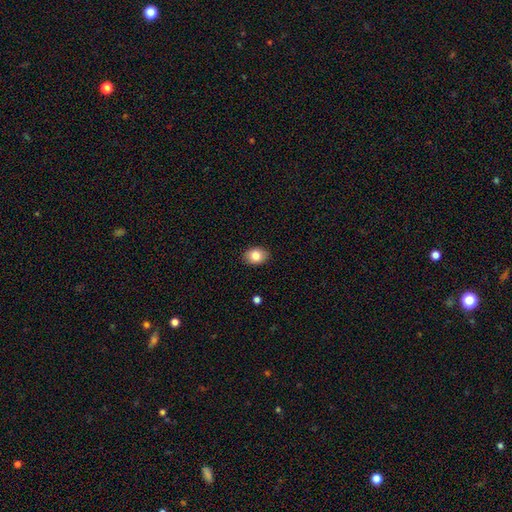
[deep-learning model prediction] Smooth or featured: smooth — 83% (star or artifact — 9%)
How rounded: in between — 66% (round — 33%)
Merging: none — 88% (minor disturbance — 9%)